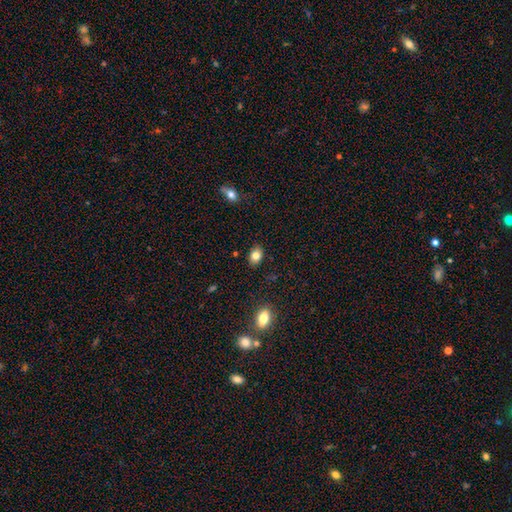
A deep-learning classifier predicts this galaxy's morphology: A smooth galaxy with no disk features (81%) that is in between round and cigar-shaped (73%). Merging: none (87%).